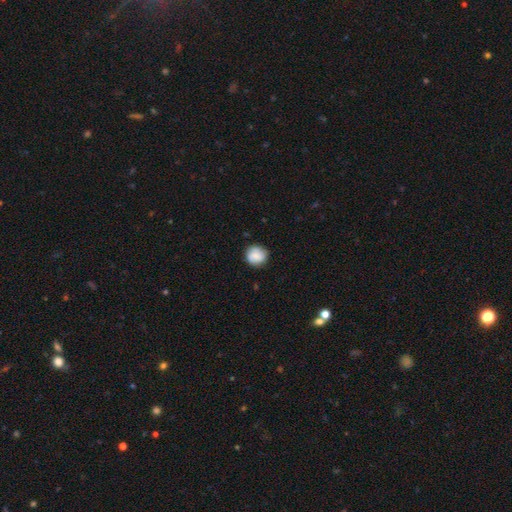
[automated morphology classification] Smooth or featured? Predicted: smooth (p=0.73). How rounded? Predicted: round (p=0.89). Merging? Predicted: none (p=0.81).